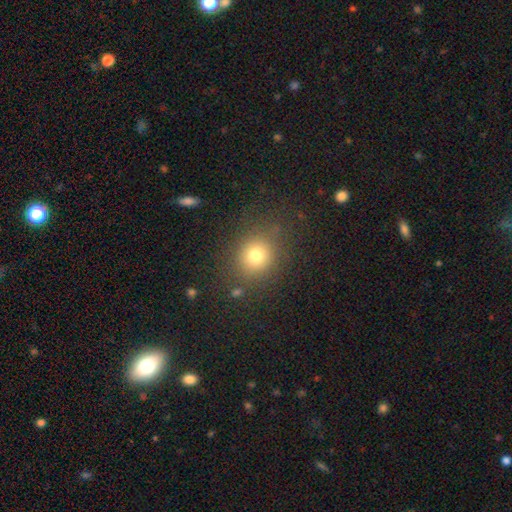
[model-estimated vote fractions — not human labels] This appears to be a smooth galaxy with no disk features (76%) that is round (80%). Merging: none (80%).